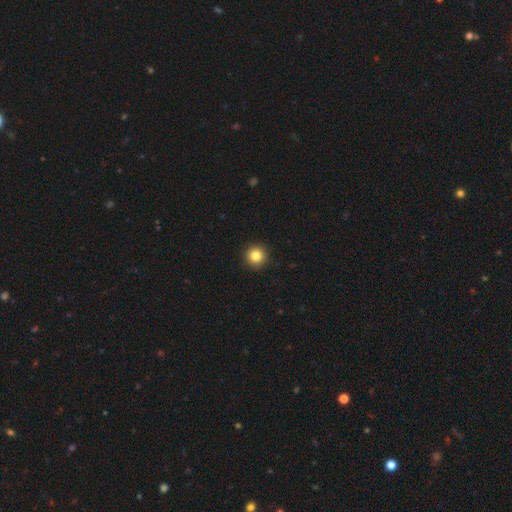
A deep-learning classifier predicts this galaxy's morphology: smooth_or_featured: smooth (p=0.84) [alt: star or artifact p=0.11]
how_rounded: round (p=0.95) [alt: in between p=0.04]
merging: none (p=0.92) [alt: minor disturbance p=0.05]